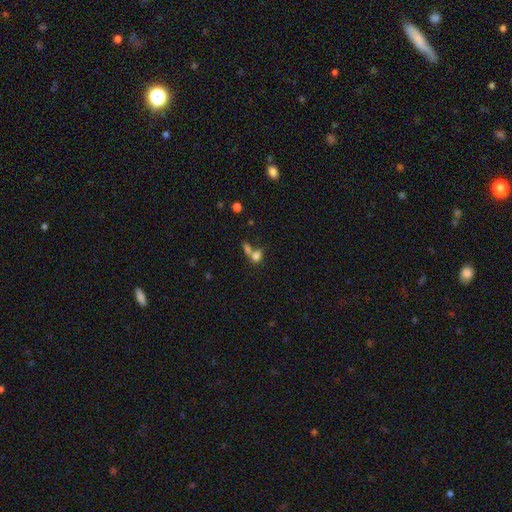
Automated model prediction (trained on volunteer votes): smooth-or-featured: smooth: 66% | star or artifact: 20% | featured or disk: 14%
  how-rounded: round: 50% | in between: 45% | cigar-shaped: 5%
  merging: merger: 48% | none: 37% | minor disturbance: 8% | major disturbance: 7%